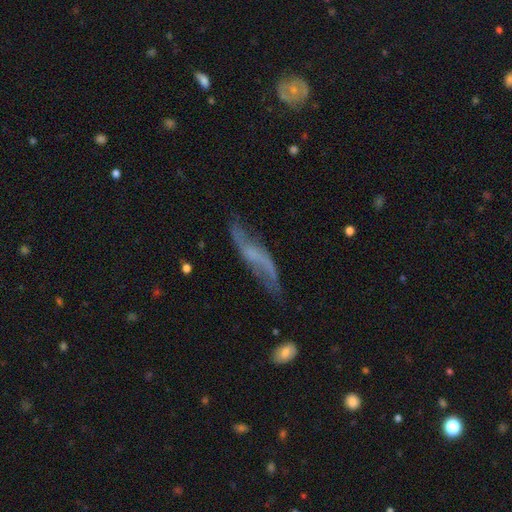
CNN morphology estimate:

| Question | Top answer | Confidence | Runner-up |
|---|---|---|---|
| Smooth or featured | featured or disk | 70% | smooth (20%) |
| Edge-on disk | no | 71% | yes (29%) |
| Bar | no | 50% | weak (35%) |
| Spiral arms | yes | 86% | no (14%) |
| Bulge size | none | 50% | small (34%) |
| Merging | none | 61% | minor disturbance (23%) |